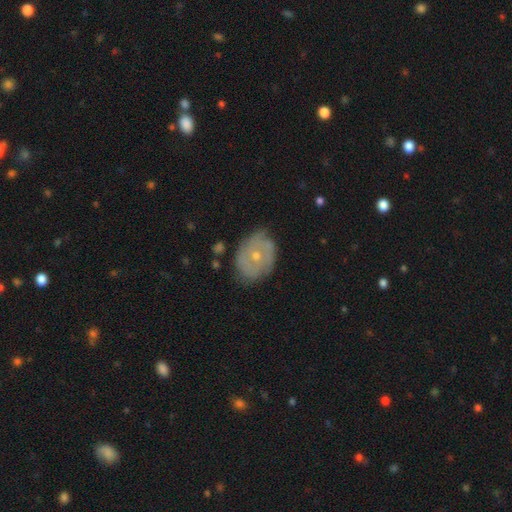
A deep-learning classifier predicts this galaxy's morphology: The model was most divided on "bulge size": small: 57%, moderate: 41%, none: 1%, large: 1%, dominant: 1%. More confident: edge-on disk — no (96%); bar — no (82%); merging — none (71%); spiral arms — yes (70%); smooth or featured — featured or disk (67%).